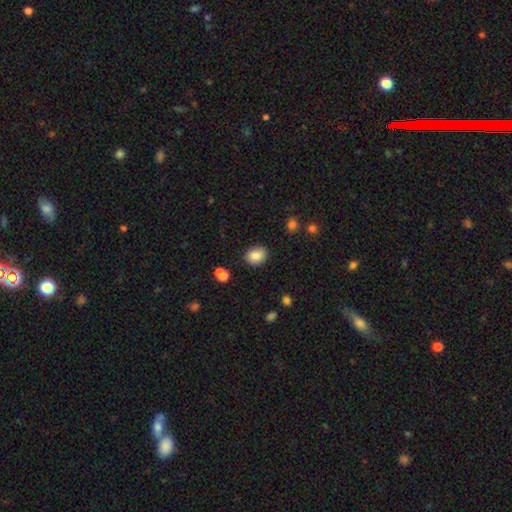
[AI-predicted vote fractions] smooth 85%, star or artifact 9%, featured or disk 7%. Down the decision tree: how rounded — in between (54%); merging — none (86%).